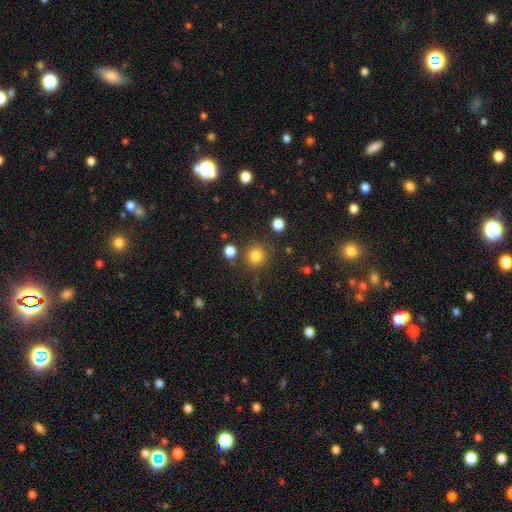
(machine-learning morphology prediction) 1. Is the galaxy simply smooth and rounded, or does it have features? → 82% smooth, 13% star or artifact, 5% featured or disk.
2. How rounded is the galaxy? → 90% round, 9% in between, 1% cigar-shaped.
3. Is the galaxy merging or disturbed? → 81% none, 10% minor disturbance, 5% merger, 4% major disturbance.